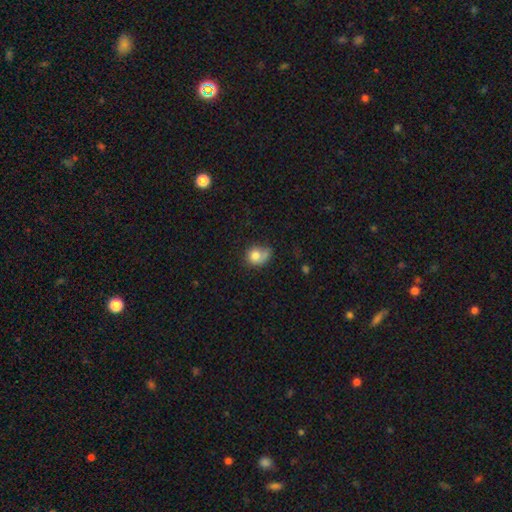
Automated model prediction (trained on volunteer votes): smooth_or_featured: smooth (p=0.77) [alt: featured or disk p=0.14]
how_rounded: round (p=0.64) [alt: in between p=0.35]
merging: none (p=0.41) [alt: minor disturbance p=0.28]